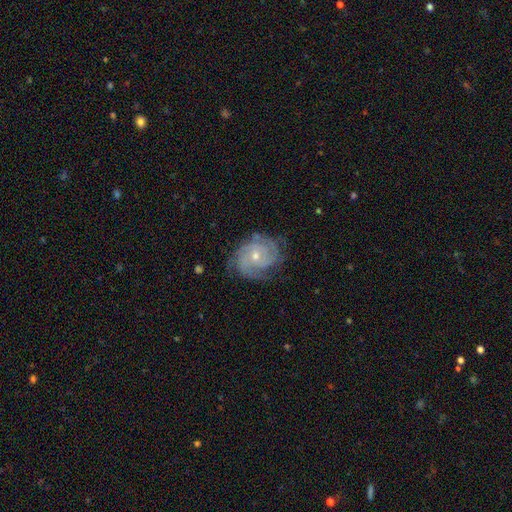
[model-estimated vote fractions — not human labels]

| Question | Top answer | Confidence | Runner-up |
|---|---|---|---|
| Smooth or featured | featured or disk | 86% | smooth (7%) |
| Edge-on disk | no | 98% | yes (2%) |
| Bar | no | 71% | weak (24%) |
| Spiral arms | yes | 97% | no (3%) |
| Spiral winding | tight | 68% | medium (27%) |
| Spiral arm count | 3 | 33% | can't tell (20%) |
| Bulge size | small | 56% | moderate (41%) |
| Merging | none | 76% | minor disturbance (17%) |